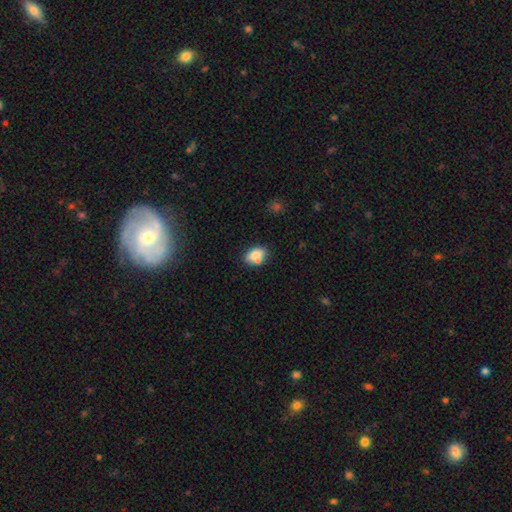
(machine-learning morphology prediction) Q: Smooth or featured?
A: smooth (78%); runner-up: featured or disk (13%)
Q: How rounded?
A: in between (82%); runner-up: round (16%)
Q: Merging?
A: none (57%); runner-up: merger (21%)